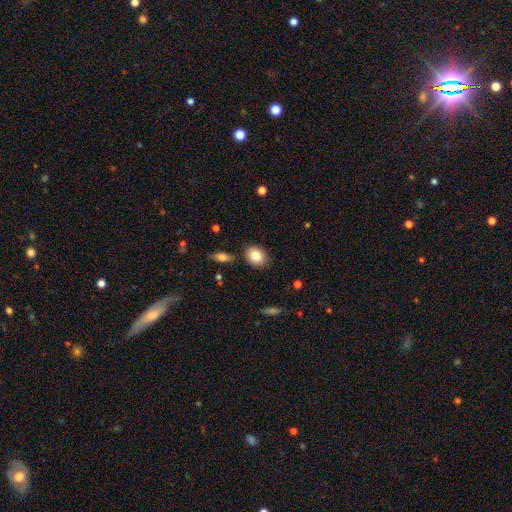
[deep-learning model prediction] The model was most divided on "how rounded": in between: 64%, round: 35%, cigar-shaped: 1%. More confident: merging — none (85%); smooth or featured — smooth (83%).